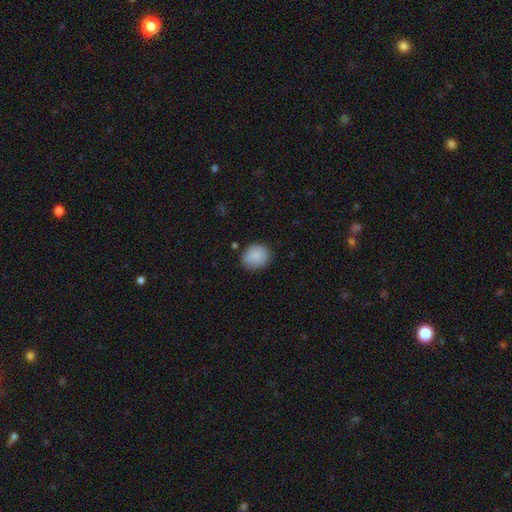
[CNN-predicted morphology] A smooth galaxy with no disk features (87%) that is round (70%).

Vote fractions:
- Smooth or featured? smooth: 87% / star or artifact: 8% / featured or disk: 5%
- How rounded? round: 70% / in between: 29% / cigar-shaped: 1%
- Merging? none: 81% / minor disturbance: 14% / major disturbance: 3% / merger: 2%